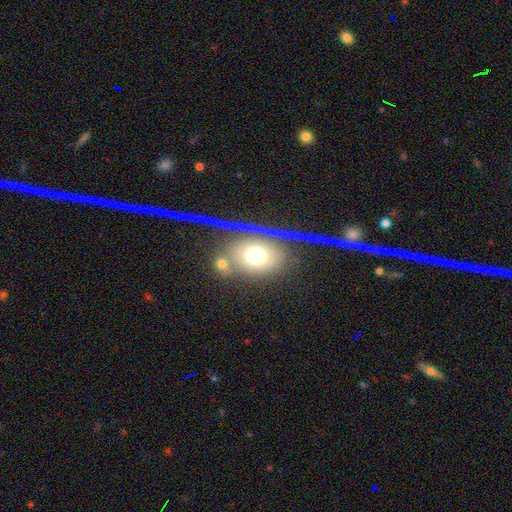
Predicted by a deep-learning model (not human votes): A featured or disk galaxy (46%). Merging: none (40%).